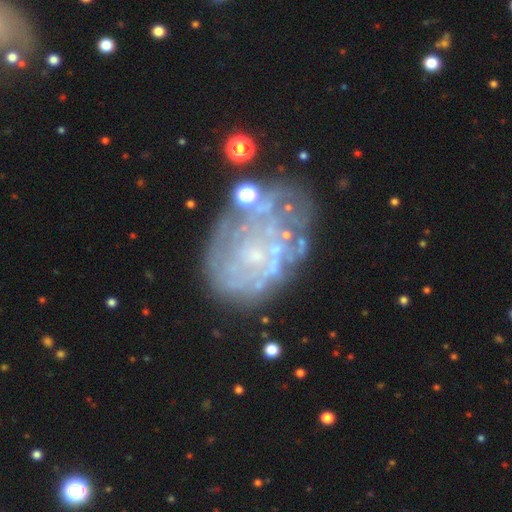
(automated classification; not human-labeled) The model was most divided on "bulge size": small: 47%, none: 42%, moderate: 8%, large: 2%, dominant: 1%. More confident: edge-on disk — no (98%); bar — no (87%); smooth or featured — featured or disk (66%); spiral arms — no (64%); merging — none (52%).